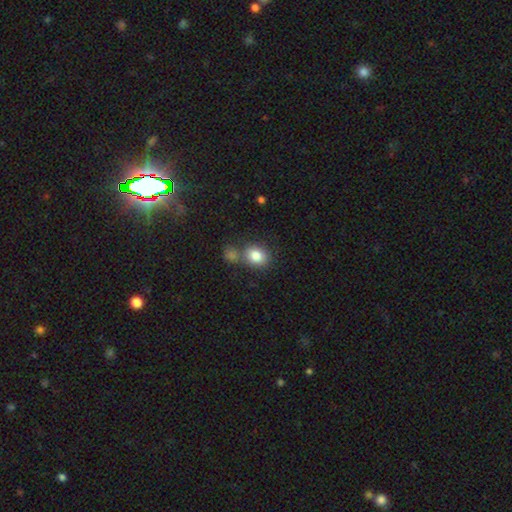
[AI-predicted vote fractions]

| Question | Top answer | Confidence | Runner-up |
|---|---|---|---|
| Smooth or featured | smooth | 83% | star or artifact (10%) |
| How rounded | round | 55% | in between (44%) |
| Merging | none | 58% | merger (26%) |